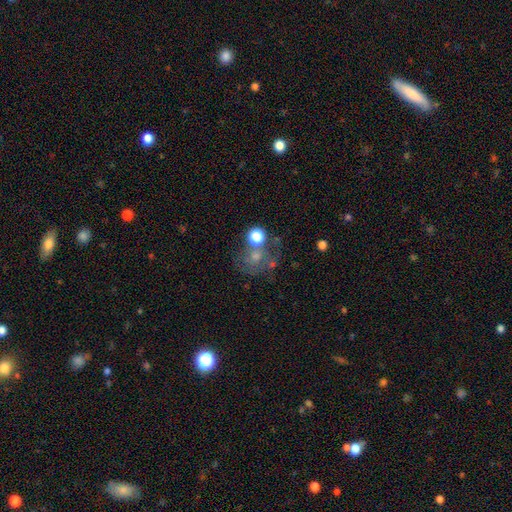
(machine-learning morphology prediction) This appears to be a smooth galaxy with no disk features (42%). Merging: none (49%).